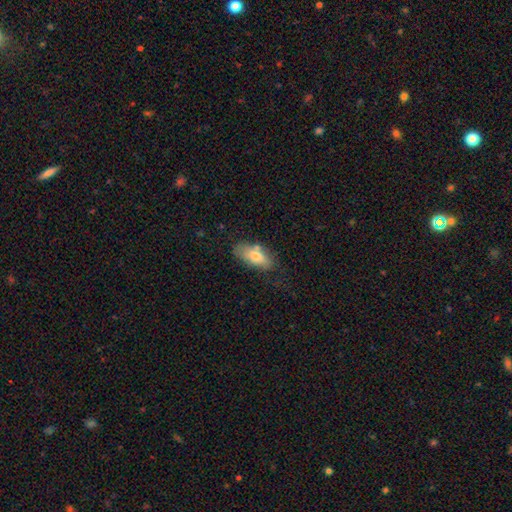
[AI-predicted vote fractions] The model was most divided on "merging": none: 63%, minor disturbance: 22%, merger: 8%, major disturbance: 6%. More confident: how rounded — in between (86%); smooth or featured — smooth (74%).